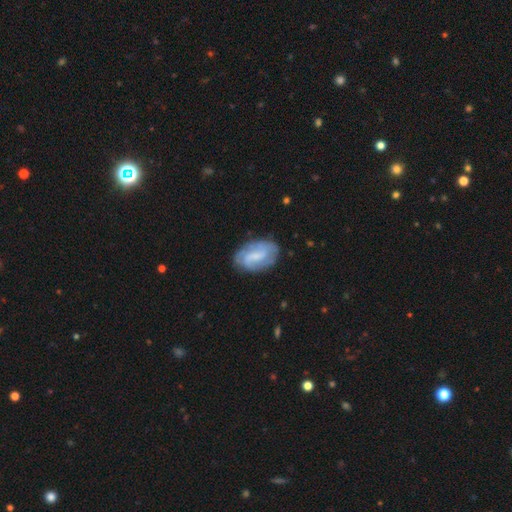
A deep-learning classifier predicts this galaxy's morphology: smooth_or_featured: featured or disk (p=0.61) [alt: smooth p=0.33]
disk_edge_on: no (p=0.96) [alt: yes p=0.04]
bar: weak (p=0.53) [alt: no p=0.24]
has_spiral_arms: yes (p=0.83) [alt: no p=0.17]
bulge_size: small (p=0.37) [alt: none p=0.32]
merging: none (p=0.73) [alt: minor disturbance p=0.19]